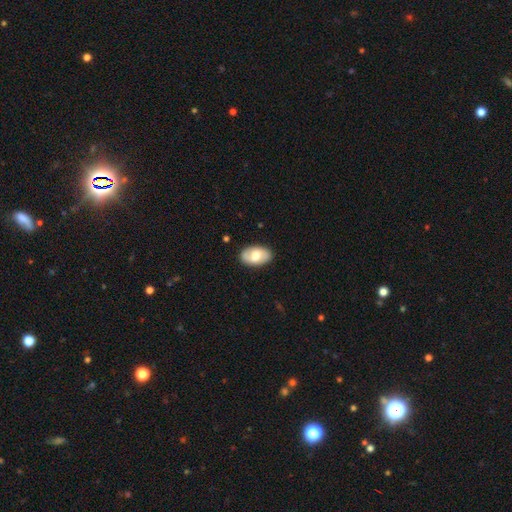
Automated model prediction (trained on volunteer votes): The model was most divided on "smooth or featured": smooth: 56%, featured or disk: 38%, star or artifact: 6%. More confident: how rounded — in between (92%); merging — none (85%).